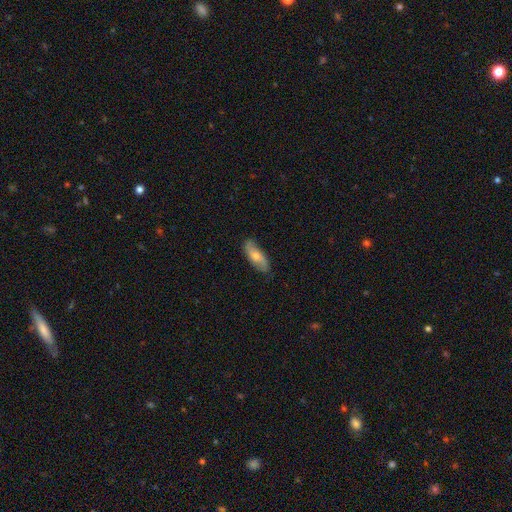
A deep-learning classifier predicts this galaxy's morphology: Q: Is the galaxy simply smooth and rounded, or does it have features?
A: smooth — 47%, tied with featured or disk.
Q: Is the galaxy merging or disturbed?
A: none — 82%.